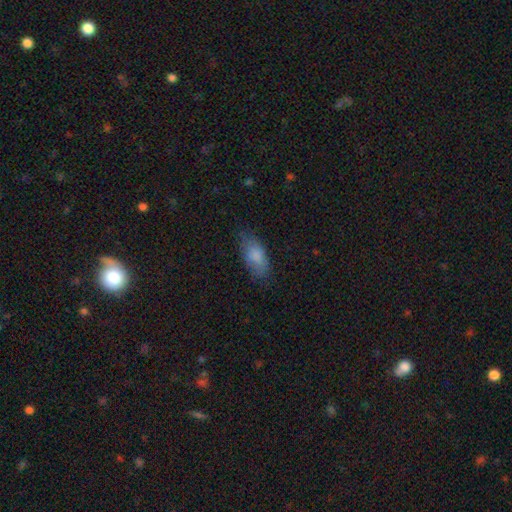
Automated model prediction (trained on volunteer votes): Smooth or featured? smooth (82%)
How rounded? in between (87%)
Merging? none (70%)